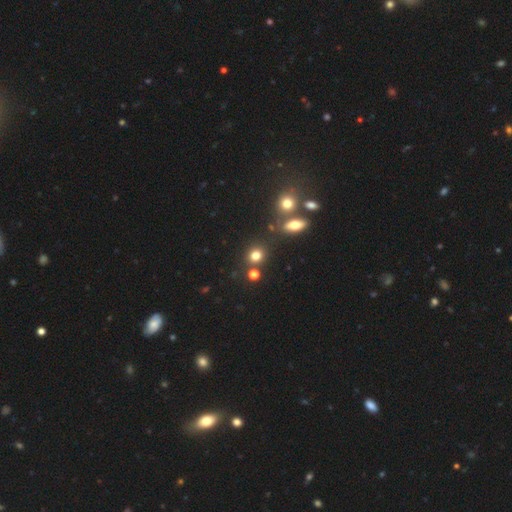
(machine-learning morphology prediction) Smooth or featured?
  - smooth: 77% *
  - star or artifact: 15%
  - featured or disk: 8%
How rounded?
  - round: 80% *
  - in between: 19%
  - cigar-shaped: 1%
Merging?
  - none: 76% *
  - merger: 12%
  - minor disturbance: 9%
  - major disturbance: 4%